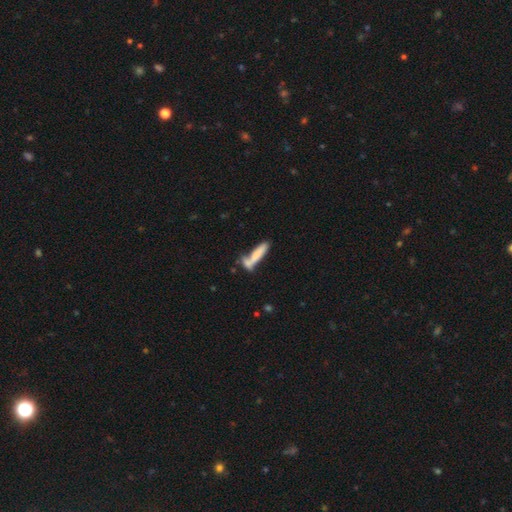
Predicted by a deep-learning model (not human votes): Overall: smooth (73%). How rounded: cigar-shaped (80%). Merging: none (41%; merger 34%).